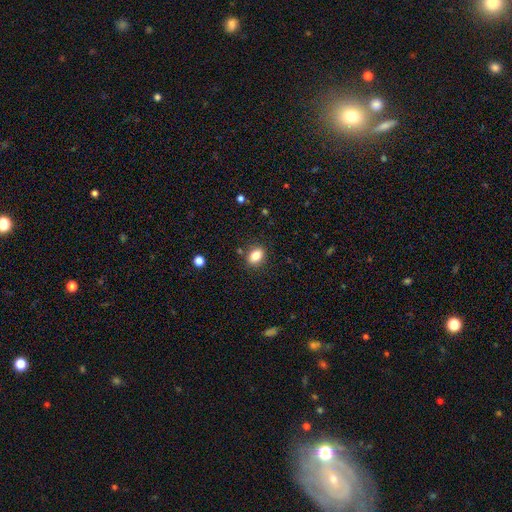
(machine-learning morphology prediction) Q: Smooth or featured?
A: smooth (83%); runner-up: star or artifact (10%)
Q: How rounded?
A: in between (72%); runner-up: round (26%)
Q: Merging?
A: none (83%); runner-up: minor disturbance (11%)